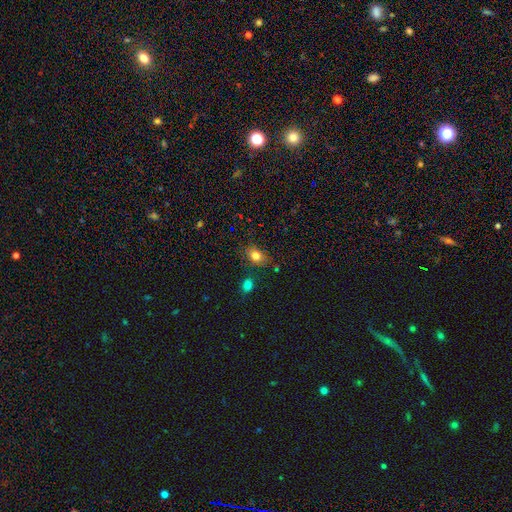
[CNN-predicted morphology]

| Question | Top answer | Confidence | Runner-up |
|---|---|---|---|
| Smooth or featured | smooth | 81% | star or artifact (11%) |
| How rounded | in between | 67% | round (32%) |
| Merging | none | 78% | minor disturbance (14%) |